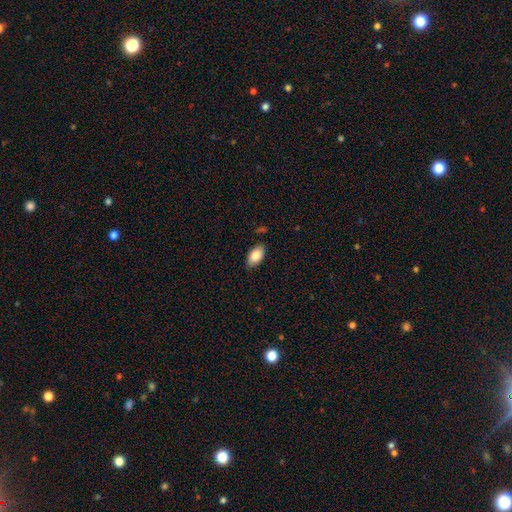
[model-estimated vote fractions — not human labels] smooth 86%, featured or disk 7%, star or artifact 7%. Down the decision tree: how rounded — in between (93%); merging — none (82%).